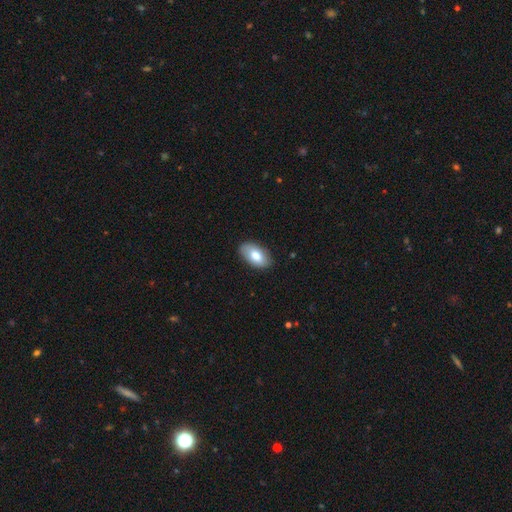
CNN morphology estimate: A smooth galaxy with no disk features (77%) that is in between round and cigar-shaped (94%).

Vote fractions:
- Smooth or featured? smooth: 77% / featured or disk: 17% / star or artifact: 6%
- How rounded? in between: 94% / round: 4% / cigar-shaped: 2%
- Merging? none: 86% / minor disturbance: 11% / major disturbance: 2% / merger: 1%